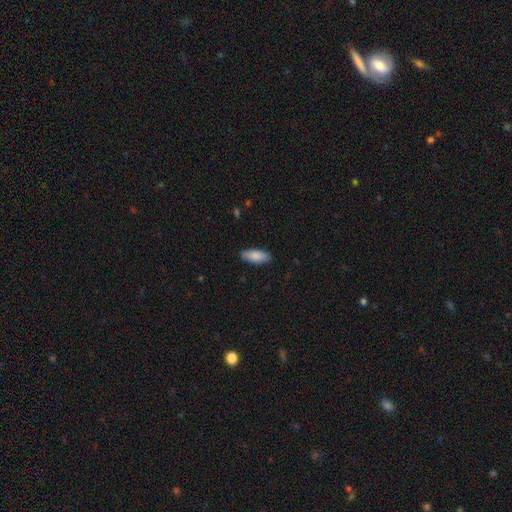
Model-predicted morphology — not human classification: This appears to be a smooth galaxy with no disk features (86%) that is in between round and cigar-shaped (78%). Merging: none (87%).